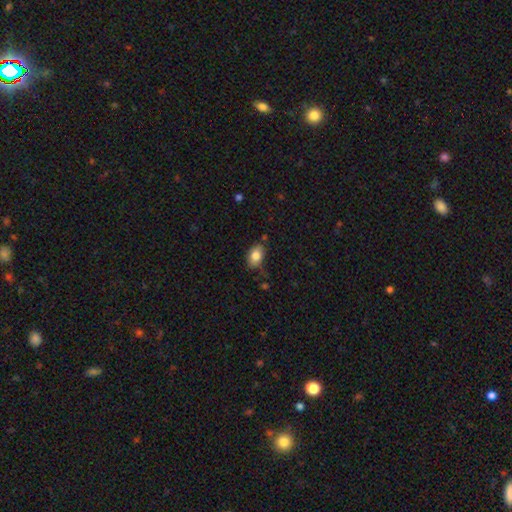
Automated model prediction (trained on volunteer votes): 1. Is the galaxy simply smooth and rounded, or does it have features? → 83% smooth, 9% featured or disk, 8% star or artifact.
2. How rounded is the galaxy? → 85% in between, 14% round, 2% cigar-shaped.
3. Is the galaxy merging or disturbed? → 69% none, 23% minor disturbance, 5% major disturbance, 3% merger.